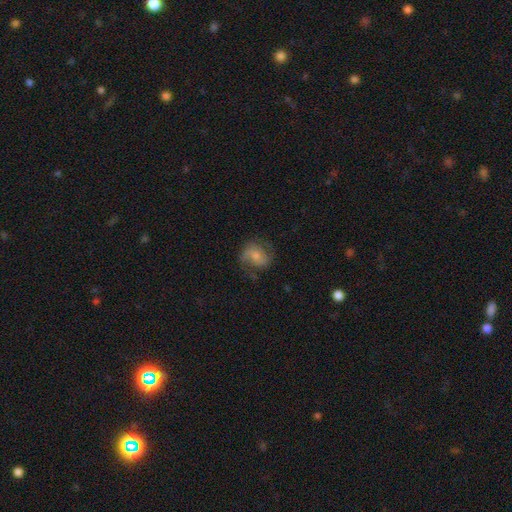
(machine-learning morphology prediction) This is possibly a featured or disk galaxy (56%). It is clearly not viewed edge-on (97%). Bar: likely no (61%). Spiral arm pattern: clearly yes (87%). Central bulge: possibly moderate (48%). Merging: likely none (65%).